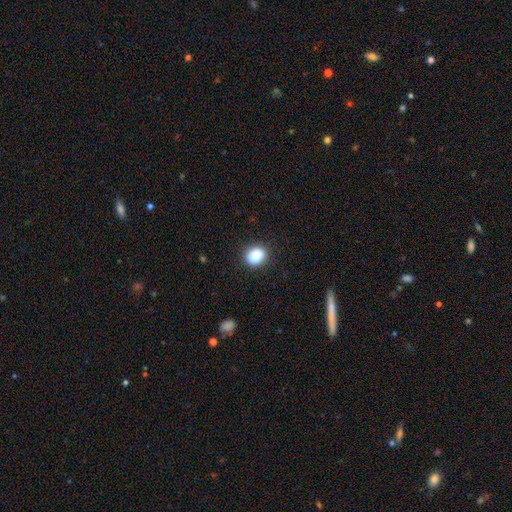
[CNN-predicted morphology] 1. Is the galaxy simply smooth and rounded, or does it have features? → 89% smooth, 8% star or artifact, 3% featured or disk.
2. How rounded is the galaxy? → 53% round, 46% in between, 1% cigar-shaped.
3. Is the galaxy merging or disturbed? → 88% none, 9% minor disturbance, 3% major disturbance, 1% merger.